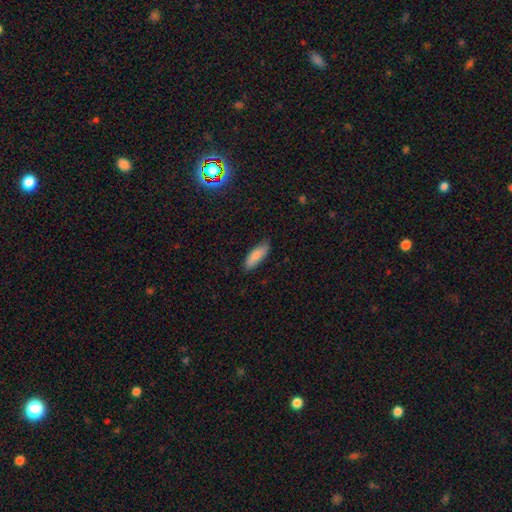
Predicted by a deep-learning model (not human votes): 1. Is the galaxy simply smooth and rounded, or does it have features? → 84% smooth, 10% featured or disk, 6% star or artifact.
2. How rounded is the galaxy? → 63% in between, 35% cigar-shaped, 2% round.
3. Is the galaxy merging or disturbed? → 79% none, 17% minor disturbance, 2% major disturbance, 1% merger.